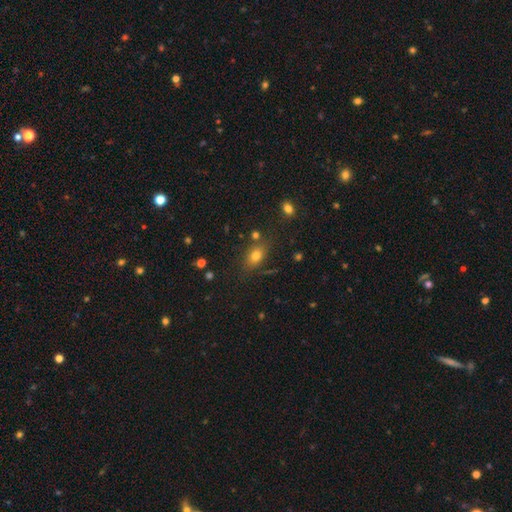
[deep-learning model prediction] smooth-or-featured: smooth: 75% | star or artifact: 14% | featured or disk: 11%
  how-rounded: in between: 73% | round: 23% | cigar-shaped: 3%
  merging: none: 75% | minor disturbance: 14% | merger: 7% | major disturbance: 4%